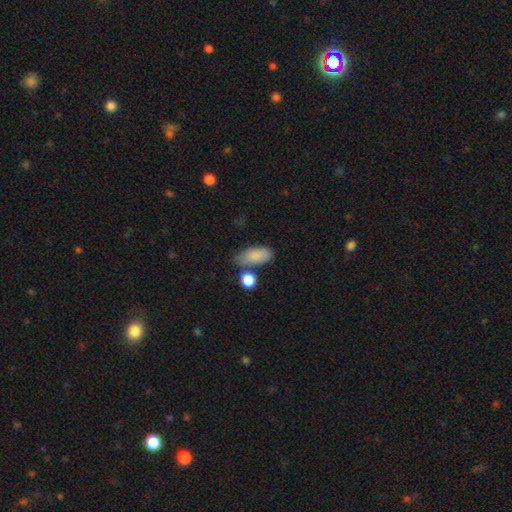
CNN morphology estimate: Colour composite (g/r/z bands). It shows a smooth galaxy with no disk features (84%) that is in between round and cigar-shaped (86%). Merging: none (61%).